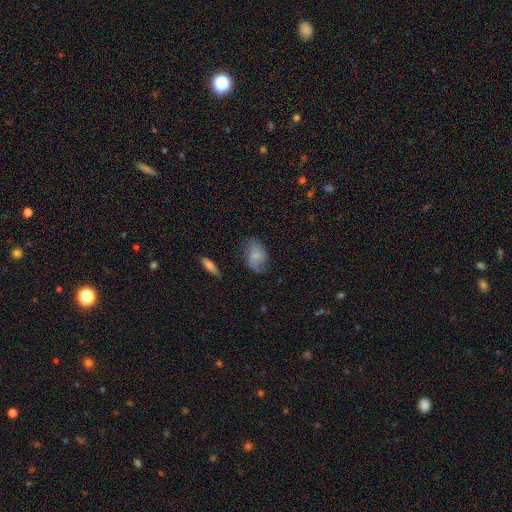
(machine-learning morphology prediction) This is likely a smooth galaxy (66%). How rounded: clearly in between (86%). Merging: likely none (62%).